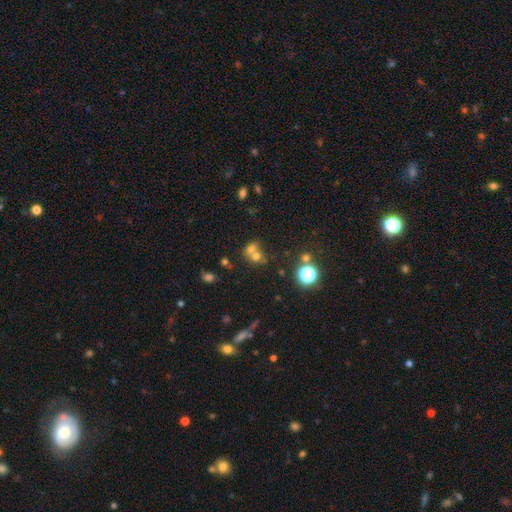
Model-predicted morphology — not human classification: type=smooth (60%); roundness=round (70%); merging=merger (58%).